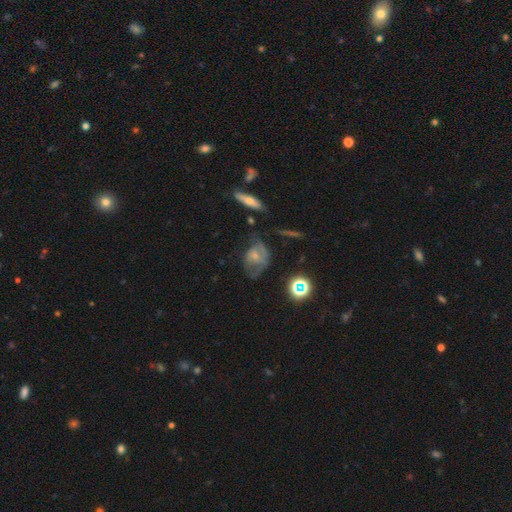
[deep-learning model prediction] featured or disk 44%, smooth 42%, star or artifact 14%. Down the decision tree: merging — major disturbance (35%).